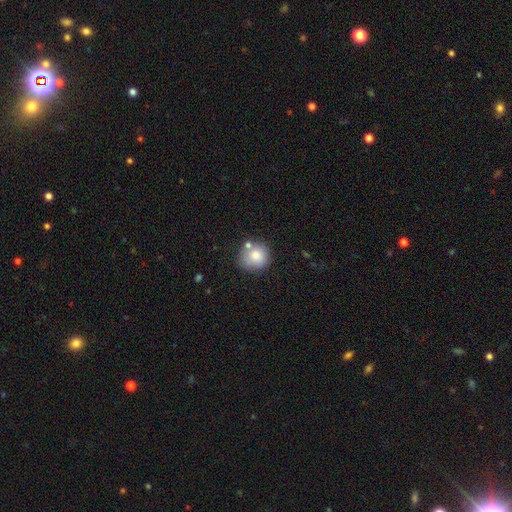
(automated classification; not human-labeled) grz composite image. It shows a smooth galaxy with no disk features (80%) that is round (87%). Merging: none (63%).